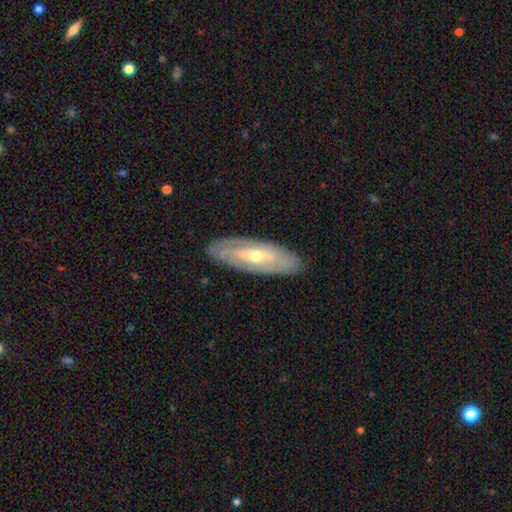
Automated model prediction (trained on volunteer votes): Q: Smooth or featured?
A: featured or disk (72%); runner-up: smooth (22%)
Q: Edge-on disk?
A: no (75%); runner-up: yes (25%)
Q: Bar?
A: no (46%); runner-up: weak (34%)
Q: Spiral arms?
A: yes (62%); runner-up: no (38%)
Q: Bulge size?
A: moderate (56%); runner-up: small (39%)
Q: Merging?
A: none (86%); runner-up: minor disturbance (11%)